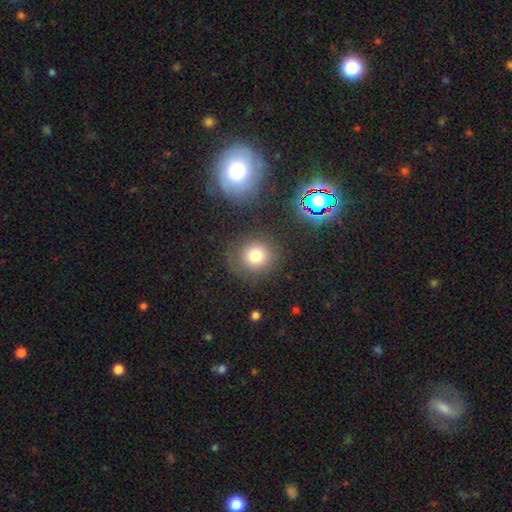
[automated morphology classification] A smooth galaxy with no disk features (76%) that is round (87%). Merging: none (80%).